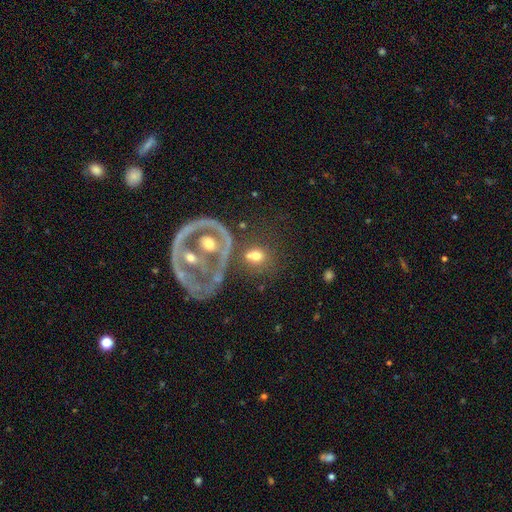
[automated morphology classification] type=smooth (60%); roundness=round (74%); merging=none (55%).